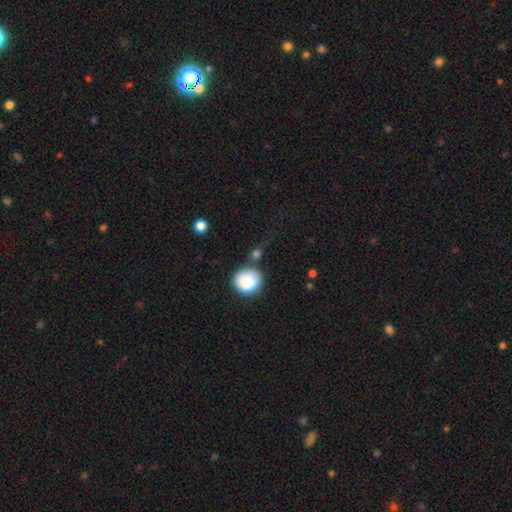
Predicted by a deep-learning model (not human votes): A smooth galaxy with no disk features (81%) that is round (86%).

Vote fractions:
- Smooth or featured? smooth: 81% / star or artifact: 13% / featured or disk: 6%
- How rounded? round: 86% / in between: 13% / cigar-shaped: 1%
- Merging? none: 68% / minor disturbance: 15% / merger: 11% / major disturbance: 6%